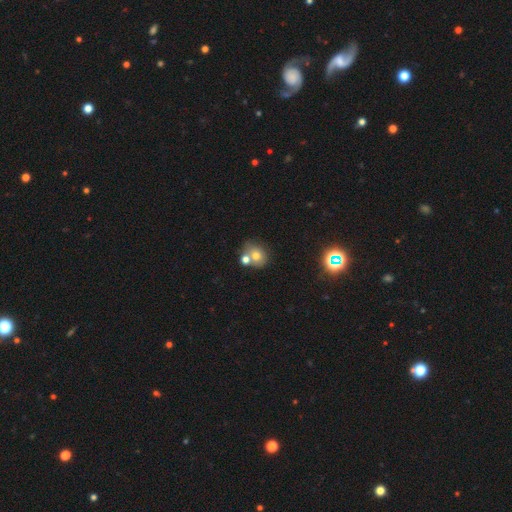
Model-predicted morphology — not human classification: type=smooth (69%); roundness=round (70%); merging=none (50%).